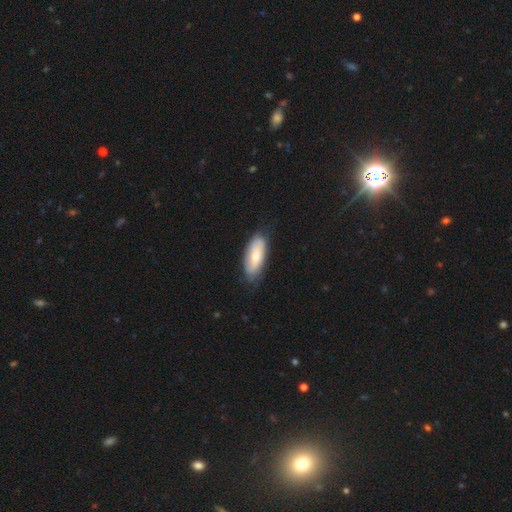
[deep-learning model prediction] smooth-or-featured: smooth: 71% | featured or disk: 23% | star or artifact: 5%
  how-rounded: in between: 82% | cigar-shaped: 16% | round: 2%
  merging: none: 73% | minor disturbance: 21% | major disturbance: 4% | merger: 1%